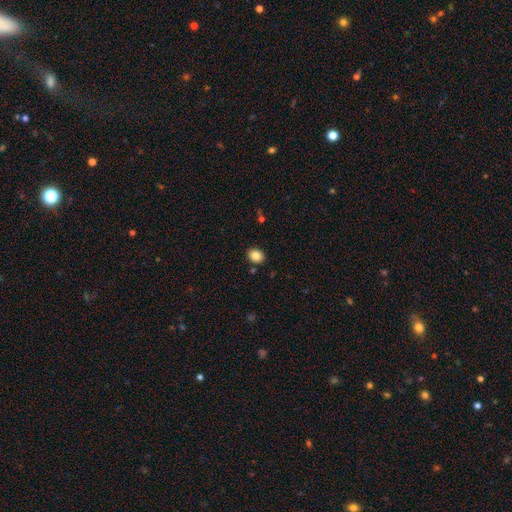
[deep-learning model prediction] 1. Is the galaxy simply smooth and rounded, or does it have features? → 85% smooth, 9% star or artifact, 6% featured or disk.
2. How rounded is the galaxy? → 53% round, 46% in between, 1% cigar-shaped.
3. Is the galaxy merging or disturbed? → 88% none, 8% minor disturbance, 2% merger, 2% major disturbance.